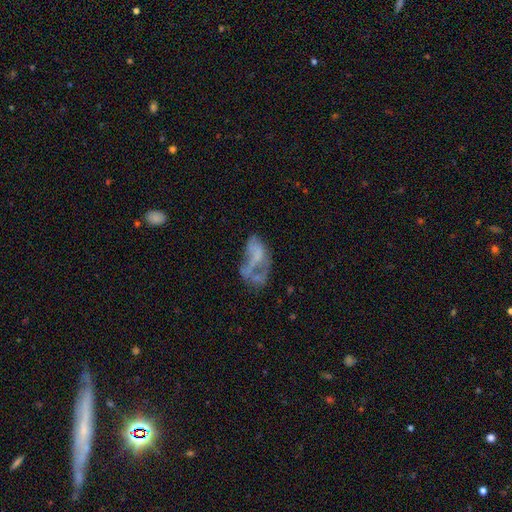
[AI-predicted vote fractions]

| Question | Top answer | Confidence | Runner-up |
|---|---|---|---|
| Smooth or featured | featured or disk | 54% | smooth (33%) |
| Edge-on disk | no | 96% | yes (4%) |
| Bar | no | 80% | weak (14%) |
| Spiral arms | no | 81% | yes (19%) |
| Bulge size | none | 71% | small (14%) |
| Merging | major disturbance | 41% | none (26%) |